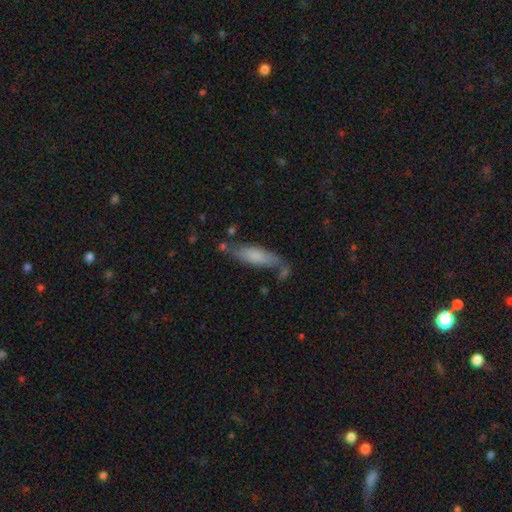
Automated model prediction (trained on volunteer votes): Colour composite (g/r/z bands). It shows a smooth galaxy with no disk features (69%) that is cigar-shaped (59%). Merging: none (60%).